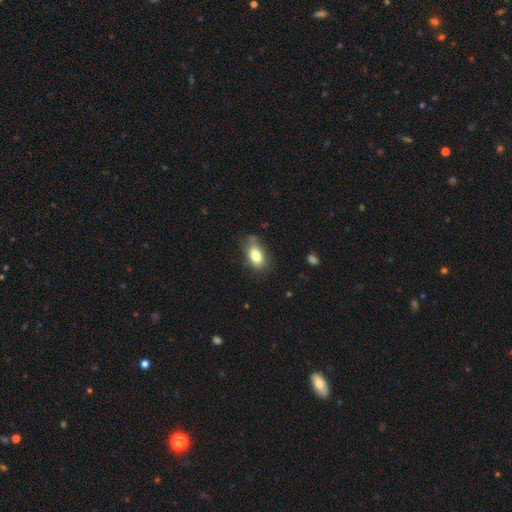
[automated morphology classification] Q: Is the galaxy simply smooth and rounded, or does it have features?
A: smooth — 81%.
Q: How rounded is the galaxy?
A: in between — 89%.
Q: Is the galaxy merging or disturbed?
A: none — 65%.